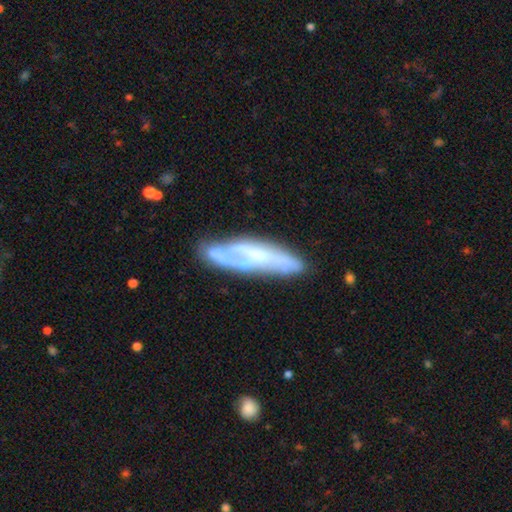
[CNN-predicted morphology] Smooth or featured? Predicted: featured or disk (p=0.64). Edge-on disk? Predicted: no (p=0.68). Merging? Predicted: none (p=0.62).